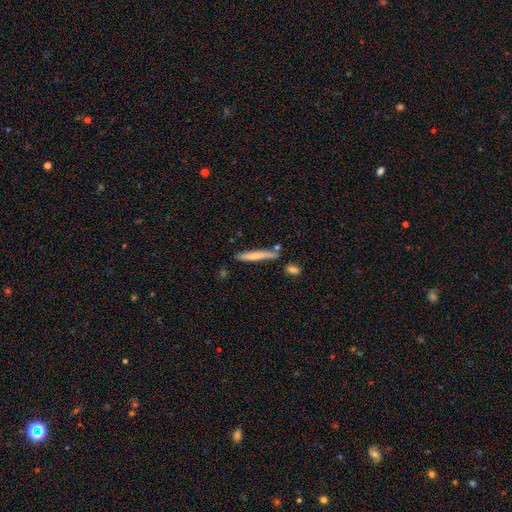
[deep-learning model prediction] This appears to be a smooth galaxy with no disk features (66%) that is cigar-shaped (94%). Merging: none (75%).